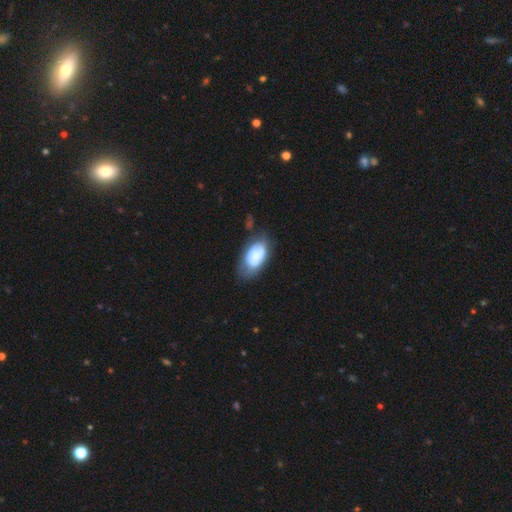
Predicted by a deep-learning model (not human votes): A smooth galaxy with no disk features (69%) that is in between round and cigar-shaped (93%).

Vote fractions:
- Smooth or featured? smooth: 69% / featured or disk: 23% / star or artifact: 8%
- How rounded? in between: 93% / round: 5% / cigar-shaped: 2%
- Merging? none: 51% / minor disturbance: 31% / major disturbance: 13% / merger: 5%